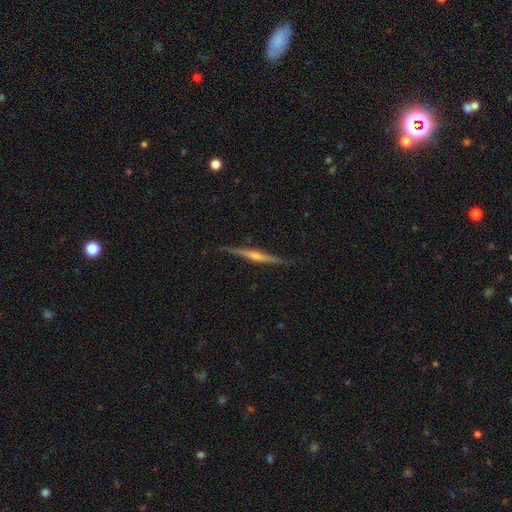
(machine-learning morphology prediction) Smooth or featured?
  - featured or disk: 76% *
  - smooth: 18%
  - star or artifact: 6%
Edge-on disk?
  - yes: 98% *
  - no: 2%
Edge-on bulge?
  - rounded: 69% *
  - none: 21%
  - boxy: 11%
Merging?
  - none: 86% *
  - minor disturbance: 11%
  - major disturbance: 2%
  - merger: 1%